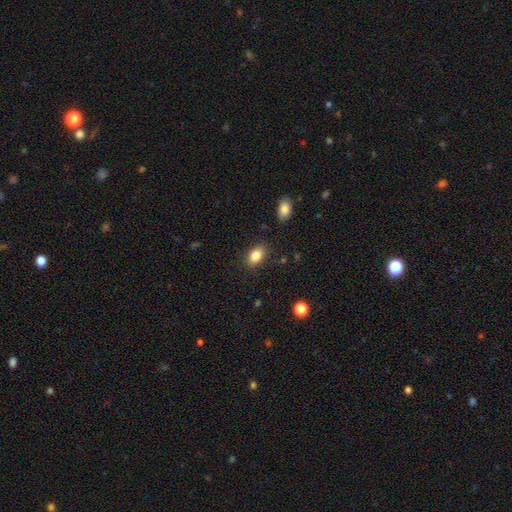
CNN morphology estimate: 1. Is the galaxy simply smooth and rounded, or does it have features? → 84% smooth, 8% star or artifact, 8% featured or disk.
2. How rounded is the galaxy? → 89% in between, 8% round, 3% cigar-shaped.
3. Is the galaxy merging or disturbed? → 85% none, 11% minor disturbance, 3% major disturbance, 2% merger.